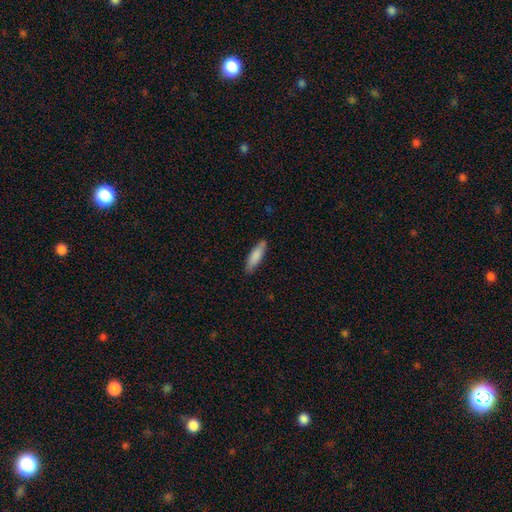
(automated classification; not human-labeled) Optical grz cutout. It shows a smooth galaxy with no disk features (83%) that is cigar-shaped (67%). Merging: none (86%).